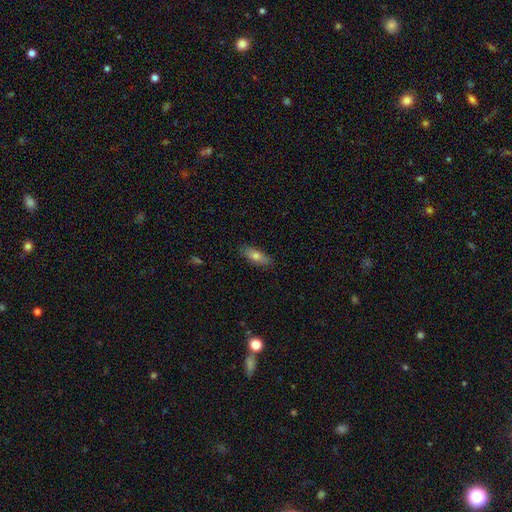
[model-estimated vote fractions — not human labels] Smooth or featured? smooth (72%)
How rounded? in between (65%)
Merging? none (87%)